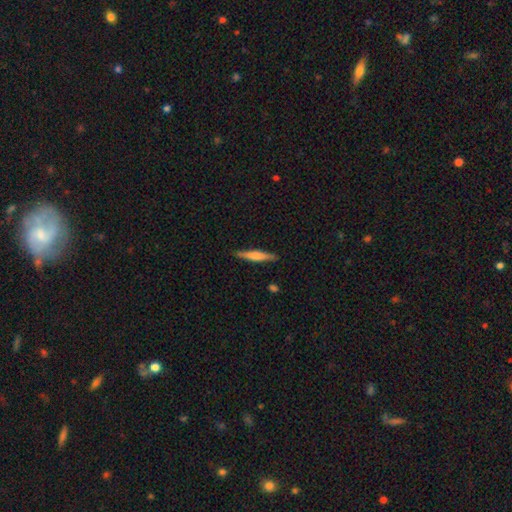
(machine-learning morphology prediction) The model was most divided on "smooth or featured": smooth: 55%, featured or disk: 40%, star or artifact: 6%. More confident: how rounded — cigar-shaped (91%); merging — none (88%).